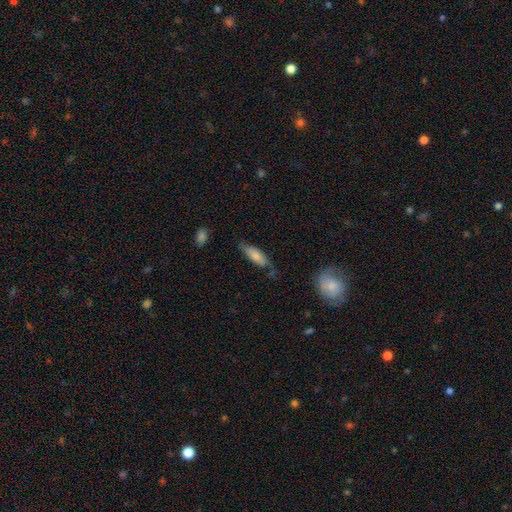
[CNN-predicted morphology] Smooth or featured?
  - smooth: 70% *
  - featured or disk: 24%
  - star or artifact: 6%
How rounded?
  - in between: 56% *
  - cigar-shaped: 42%
  - round: 2%
Merging?
  - none: 62% *
  - minor disturbance: 28%
  - major disturbance: 7%
  - merger: 3%